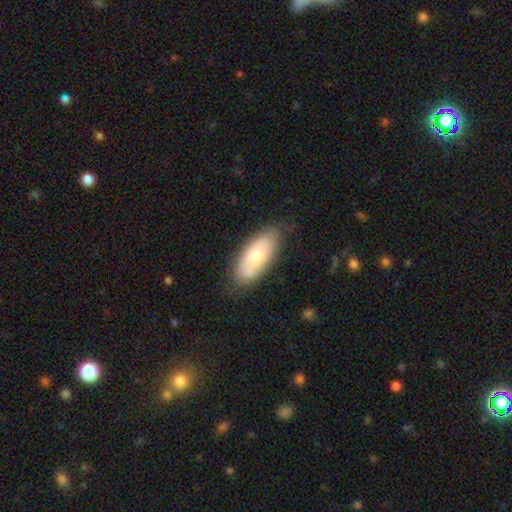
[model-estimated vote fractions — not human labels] Smooth or featured?
  - smooth: 67% *
  - featured or disk: 27%
  - star or artifact: 6%
How rounded?
  - in between: 85% *
  - cigar-shaped: 13%
  - round: 2%
Merging?
  - none: 75% *
  - minor disturbance: 19%
  - major disturbance: 4%
  - merger: 2%